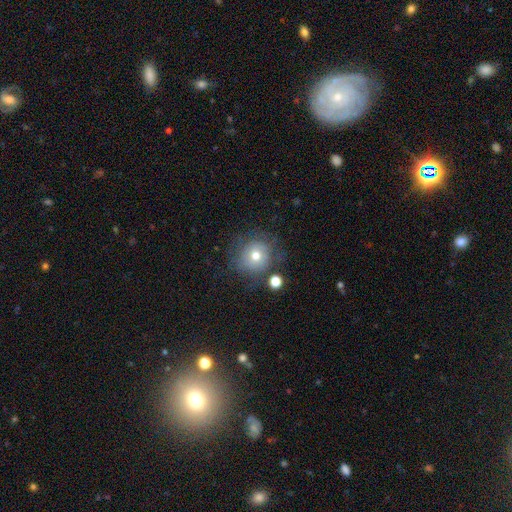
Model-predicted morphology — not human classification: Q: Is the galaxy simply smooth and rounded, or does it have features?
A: smooth — 66%.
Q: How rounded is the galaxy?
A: round — 88%.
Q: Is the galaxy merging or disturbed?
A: none — 67%.